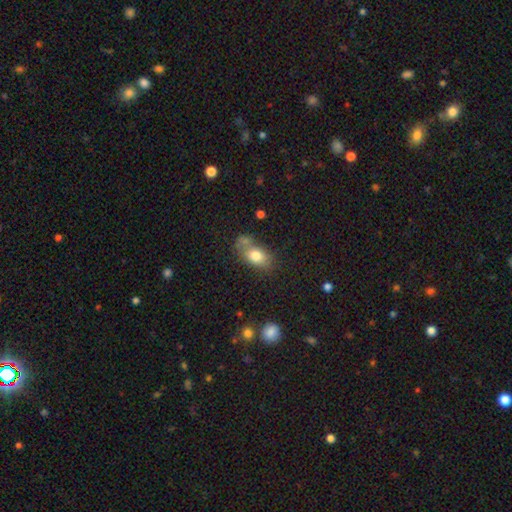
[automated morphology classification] smooth 78%, featured or disk 13%, star or artifact 8%. Down the decision tree: how rounded — in between (85%); merging — none (48%).